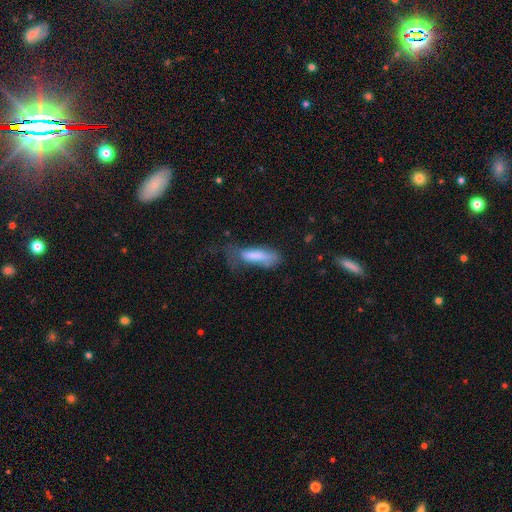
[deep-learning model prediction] smooth_or_featured: smooth (p=0.76) [alt: featured or disk p=0.16]
how_rounded: cigar-shaped (p=0.54) [alt: in between p=0.44]
merging: major disturbance (p=0.36) [alt: minor disturbance p=0.31]